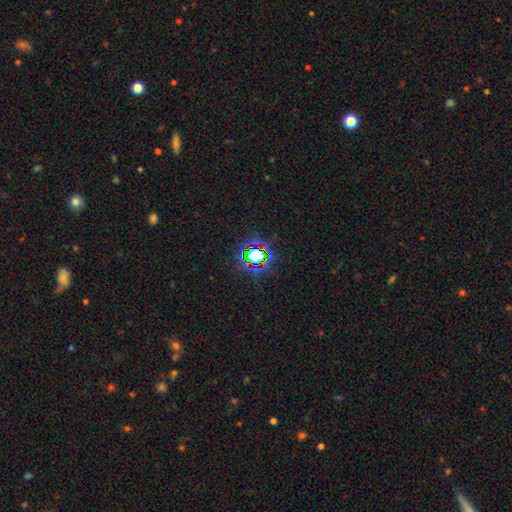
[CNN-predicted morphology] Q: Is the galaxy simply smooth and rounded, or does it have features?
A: star or artifact — 68%.